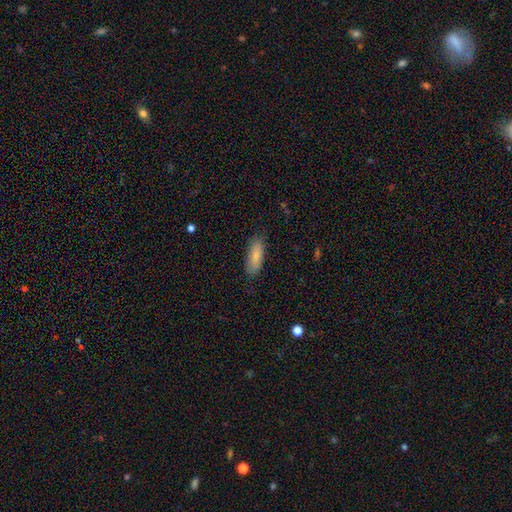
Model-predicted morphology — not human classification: A smooth galaxy with no disk features (84%) that is in between round and cigar-shaped (60%). Merging: none (85%).